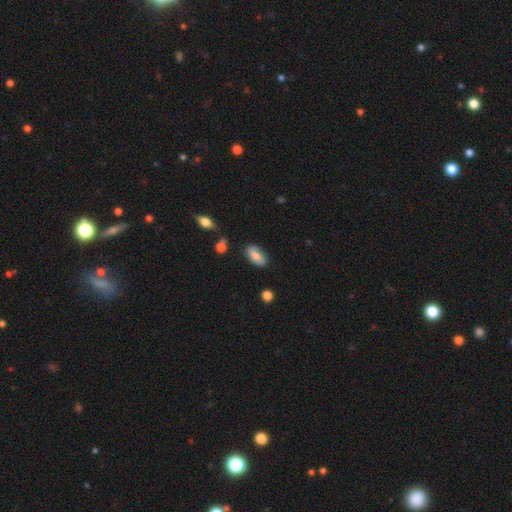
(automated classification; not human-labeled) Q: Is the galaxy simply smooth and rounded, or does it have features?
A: smooth — 79%.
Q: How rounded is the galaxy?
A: in between — 91%.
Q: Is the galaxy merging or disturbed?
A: none — 79%.